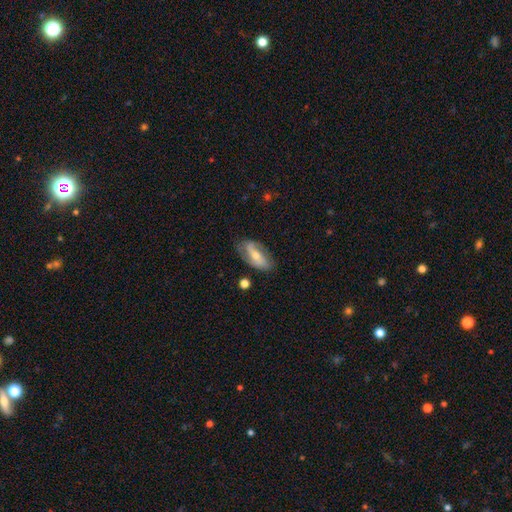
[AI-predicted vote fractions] Smooth or featured?
  - featured or disk: 67% *
  - smooth: 26%
  - star or artifact: 7%
Edge-on disk?
  - no: 89% *
  - yes: 11%
Bar?
  - strong: 34% *
  - no: 33%
  - weak: 33%
Spiral arms?
  - yes: 82% *
  - no: 18%
Bulge size?
  - moderate: 52% *
  - small: 43%
  - large: 2%
  - none: 2%
  - dominant: 1%
Merging?
  - none: 74% *
  - minor disturbance: 19%
  - major disturbance: 6%
  - merger: 2%